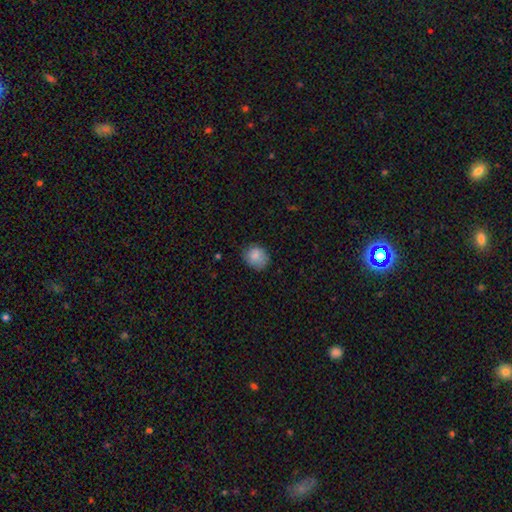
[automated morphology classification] smooth 85%, star or artifact 8%, featured or disk 7%. Down the decision tree: how rounded — round (69%); merging — none (73%).